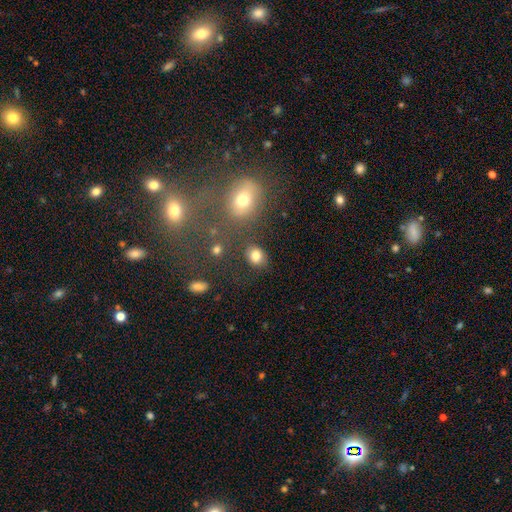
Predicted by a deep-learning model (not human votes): Q: Smooth or featured?
A: smooth (81%); runner-up: star or artifact (12%)
Q: How rounded?
A: round (55%); runner-up: in between (44%)
Q: Merging?
A: none (77%); runner-up: minor disturbance (12%)